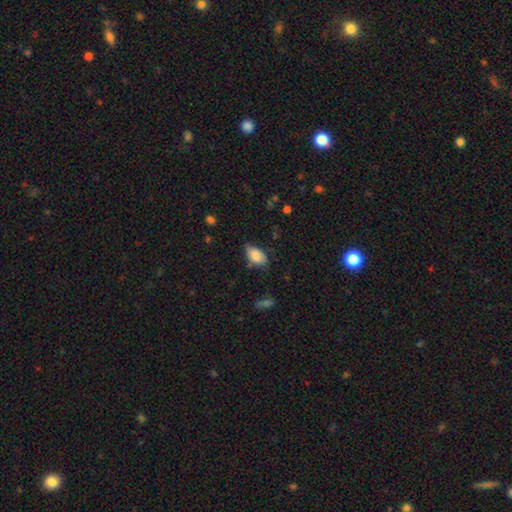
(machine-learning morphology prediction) Smooth or featured? Predicted: smooth (p=0.81). How rounded? Predicted: in between (p=0.92). Merging? Predicted: none (p=0.60).